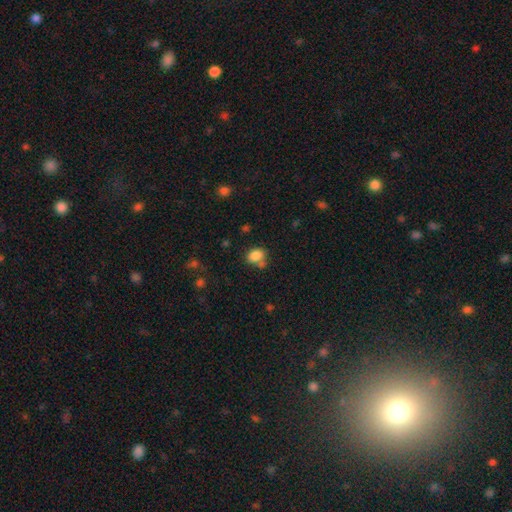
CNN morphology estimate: The model was most divided on "how rounded": in between: 66%, round: 33%, cigar-shaped: 1%. More confident: smooth or featured — smooth (84%); merging — none (58%).